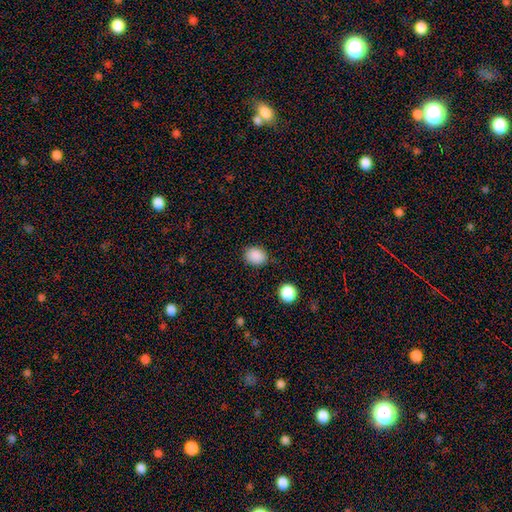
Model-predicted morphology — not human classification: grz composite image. It shows a smooth galaxy with no disk features (88%) that is in between round and cigar-shaped (53%). Merging: none (81%).